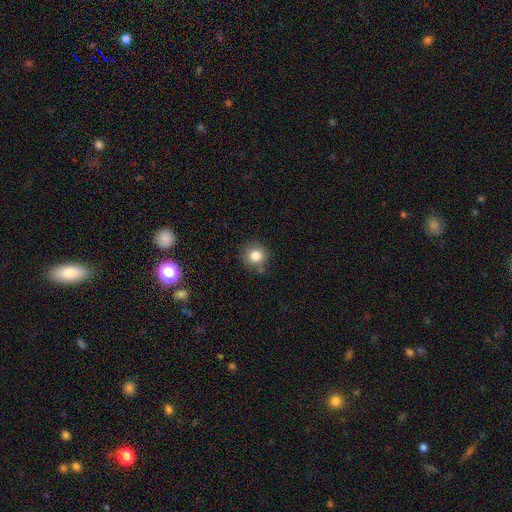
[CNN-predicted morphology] type=smooth (82%); roundness=round (91%); merging=none (80%).